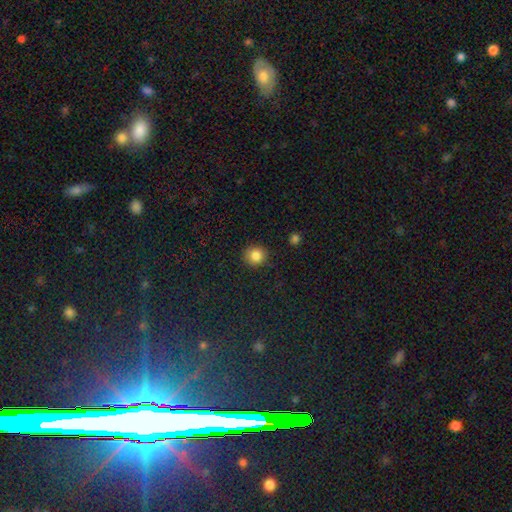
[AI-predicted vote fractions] Smooth or featured: smooth — 84% (star or artifact — 10%)
How rounded: round — 91% (in between — 8%)
Merging: none — 89% (minor disturbance — 8%)